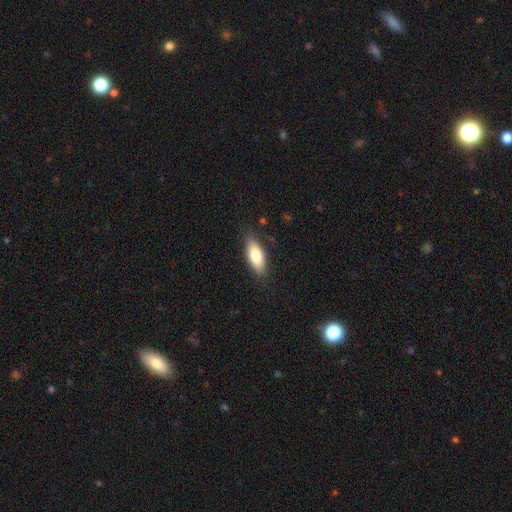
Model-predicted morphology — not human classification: Smooth or featured?
  - smooth: 81% *
  - featured or disk: 13%
  - star or artifact: 6%
How rounded?
  - in between: 77% *
  - cigar-shaped: 20%
  - round: 2%
Merging?
  - none: 81% *
  - minor disturbance: 15%
  - major disturbance: 3%
  - merger: 1%